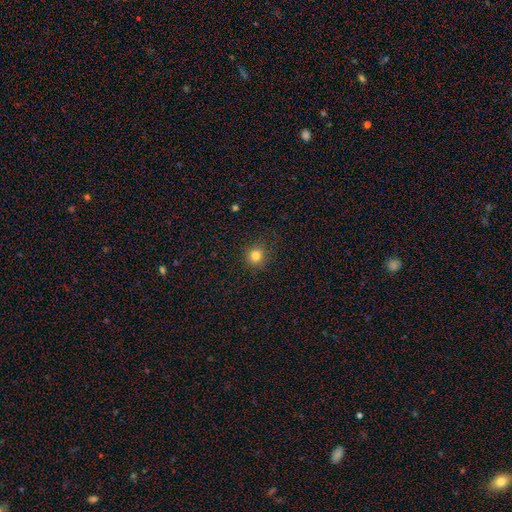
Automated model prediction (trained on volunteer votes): smooth-or-featured: smooth: 80% | star or artifact: 14% | featured or disk: 5%
  how-rounded: round: 90% | in between: 9% | cigar-shaped: 1%
  merging: none: 87% | minor disturbance: 9% | major disturbance: 3% | merger: 1%